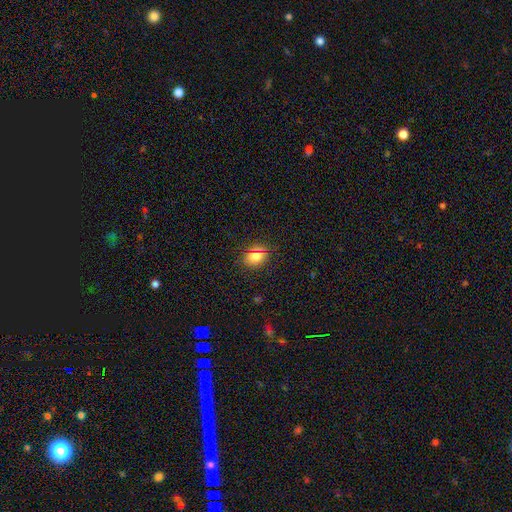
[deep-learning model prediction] Morphology: type=smooth (75%); roundness=in between (53%); merging=none (86%).